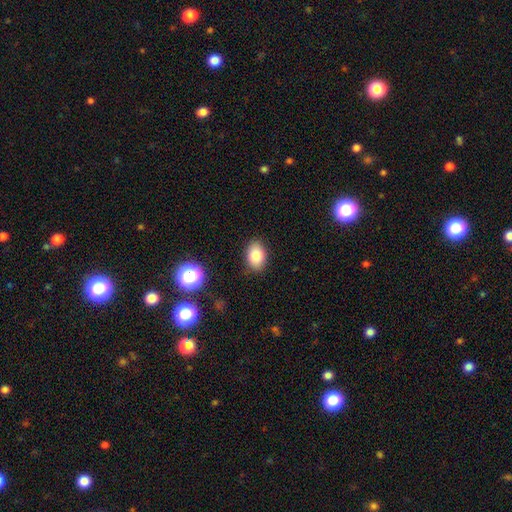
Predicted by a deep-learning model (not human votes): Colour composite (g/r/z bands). It shows a smooth galaxy with no disk features (82%) that is in between round and cigar-shaped (79%). Merging: none (87%).